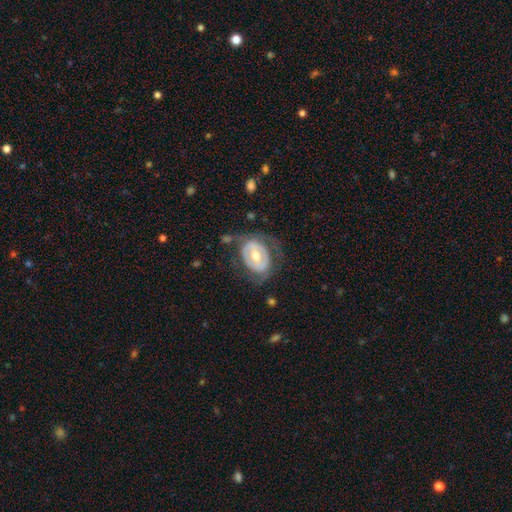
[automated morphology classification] A featured or disk galaxy (64%) with no bar (41%), no spiral arms (63%) and a moderate central bulge (71%). Merging: none (55%).